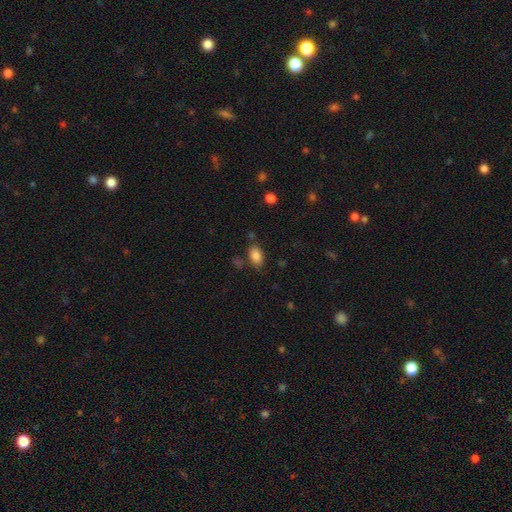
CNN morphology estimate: A smooth galaxy with no disk features (86%) that is in between round and cigar-shaped (90%). Merging: none (75%).